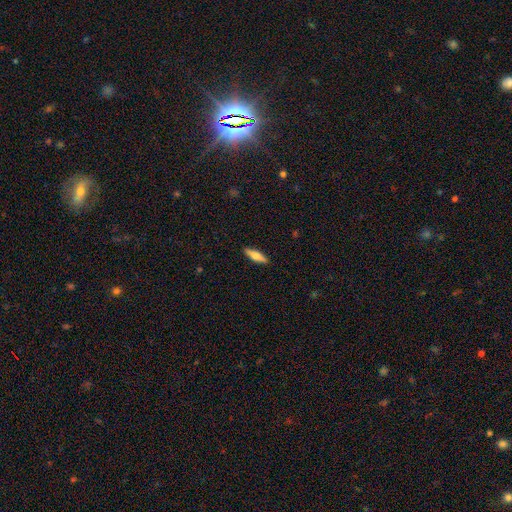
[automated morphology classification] Q: Smooth or featured?
A: smooth (62%); runner-up: featured or disk (32%)
Q: How rounded?
A: cigar-shaped (63%); runner-up: in between (35%)
Q: Merging?
A: none (90%); runner-up: minor disturbance (7%)